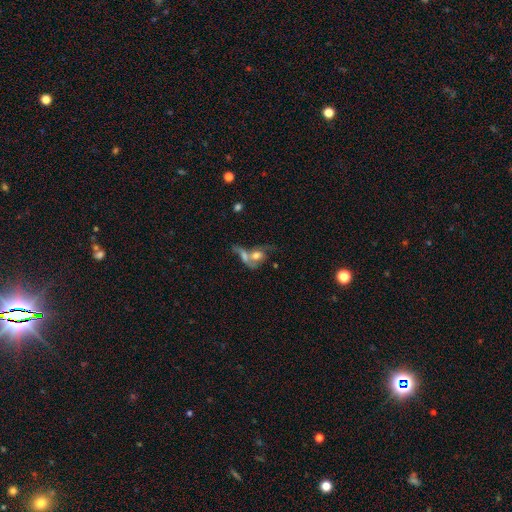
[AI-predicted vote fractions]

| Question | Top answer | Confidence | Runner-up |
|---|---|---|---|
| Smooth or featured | smooth | 50% | featured or disk (40%) |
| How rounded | in between | 62% | round (32%) |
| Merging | merger | 66% | none (14%) |